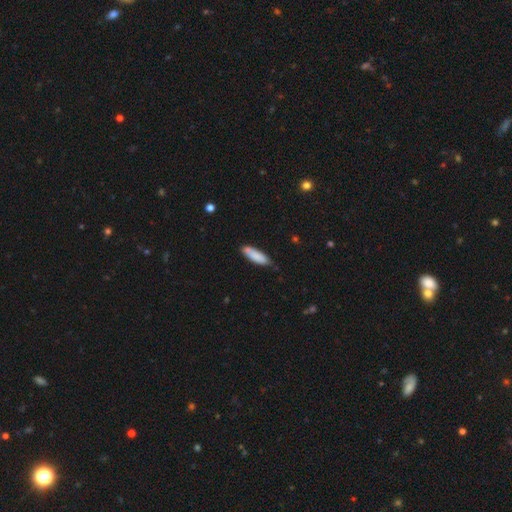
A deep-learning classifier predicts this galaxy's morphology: Smooth or featured? smooth (85%)
How rounded? cigar-shaped (55%)
Merging? none (70%)